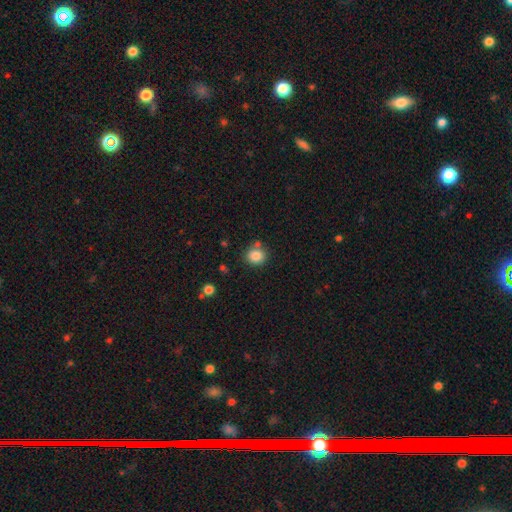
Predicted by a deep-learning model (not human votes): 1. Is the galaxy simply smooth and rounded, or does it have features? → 84% smooth, 11% star or artifact, 6% featured or disk.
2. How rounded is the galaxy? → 84% round, 15% in between, 1% cigar-shaped.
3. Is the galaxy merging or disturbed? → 76% none, 11% minor disturbance, 10% merger, 3% major disturbance.